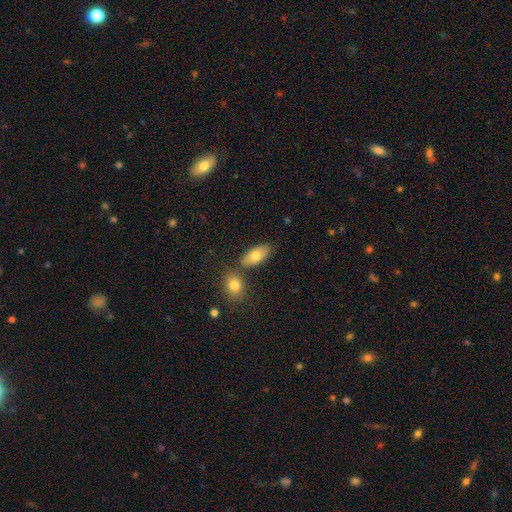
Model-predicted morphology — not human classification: Smooth or featured?
  - smooth: 78% *
  - featured or disk: 15%
  - star or artifact: 7%
How rounded?
  - in between: 90% *
  - cigar-shaped: 6%
  - round: 4%
Merging?
  - none: 71% *
  - merger: 13%
  - minor disturbance: 12%
  - major disturbance: 3%